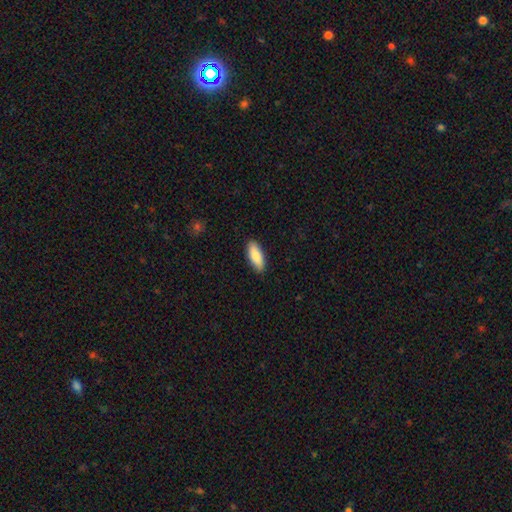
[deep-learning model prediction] Overall: smooth (87%). How rounded: in between (77%). Merging: none (89%).